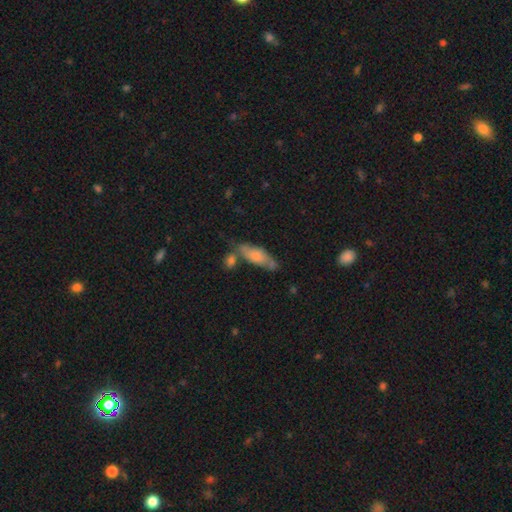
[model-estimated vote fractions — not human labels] smooth_or_featured: smooth (p=0.67) [alt: featured or disk p=0.26]
how_rounded: in between (p=0.55) [alt: cigar-shaped p=0.42]
merging: none (p=0.54) [alt: minor disturbance p=0.21]